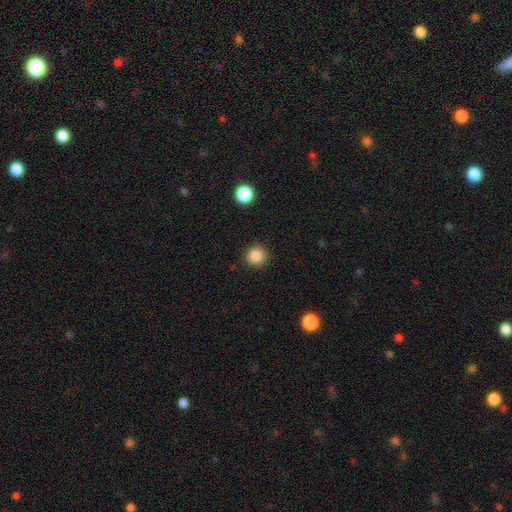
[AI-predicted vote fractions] Morphology: type=smooth (86%); roundness=round (94%); merging=none (90%).